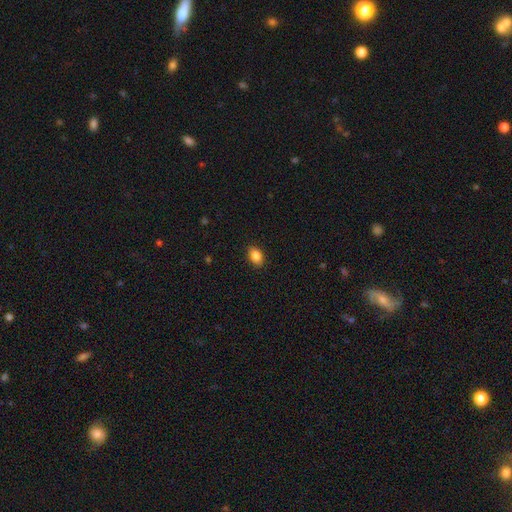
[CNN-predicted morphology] smooth-or-featured: smooth: 86% | star or artifact: 9% | featured or disk: 6%
  how-rounded: in between: 81% | round: 17% | cigar-shaped: 1%
  merging: none: 90% | minor disturbance: 8% | major disturbance: 2% | merger: 1%